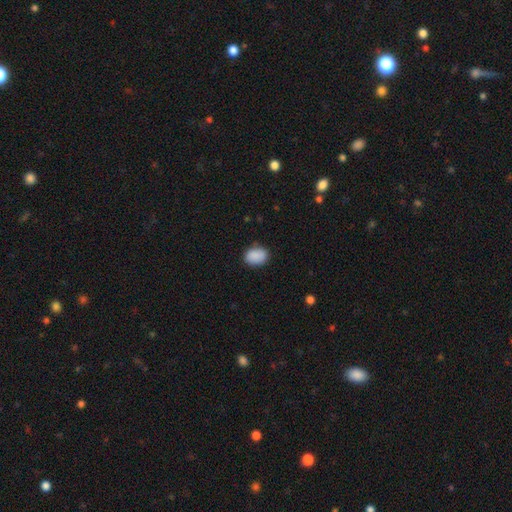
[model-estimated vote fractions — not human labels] A smooth galaxy with no disk features (90%) that is in between round and cigar-shaped (70%).

Vote fractions:
- Smooth or featured? smooth: 90% / star or artifact: 7% / featured or disk: 3%
- How rounded? in between: 70% / round: 29% / cigar-shaped: 1%
- Merging? none: 84% / minor disturbance: 12% / major disturbance: 3% / merger: 1%